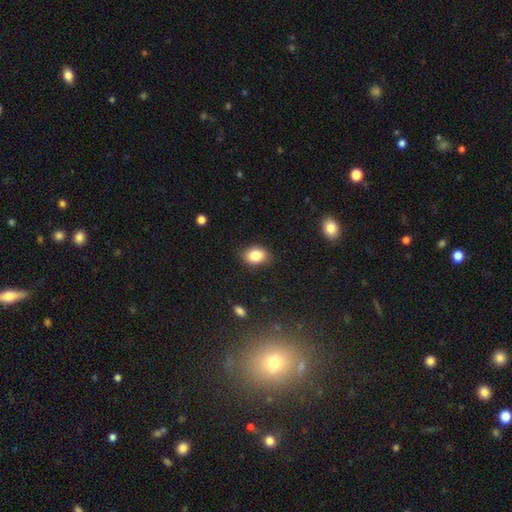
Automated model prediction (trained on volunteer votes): smooth 85%, star or artifact 9%, featured or disk 6%. Down the decision tree: how rounded — in between (69%); merging — none (84%).